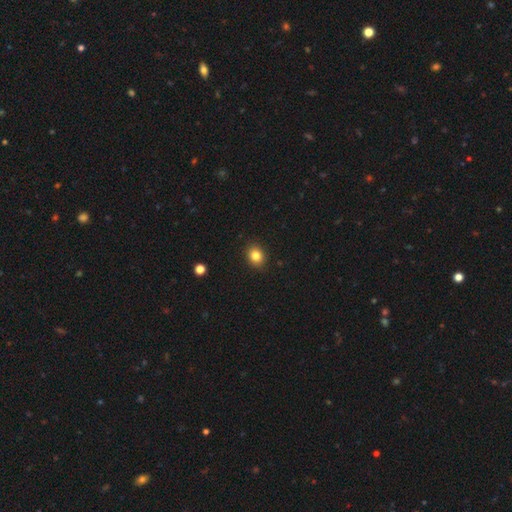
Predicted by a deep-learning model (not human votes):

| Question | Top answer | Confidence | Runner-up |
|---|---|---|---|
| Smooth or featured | smooth | 83% | star or artifact (11%) |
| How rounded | round | 56% | in between (43%) |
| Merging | none | 90% | minor disturbance (7%) |